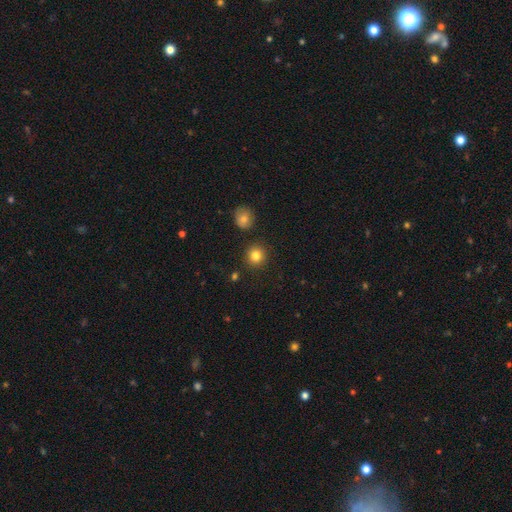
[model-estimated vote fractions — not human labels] Smooth or featured?
  - smooth: 82% *
  - star or artifact: 12%
  - featured or disk: 6%
How rounded?
  - round: 92% *
  - in between: 7%
  - cigar-shaped: 1%
Merging?
  - none: 90% *
  - minor disturbance: 6%
  - merger: 3%
  - major disturbance: 2%